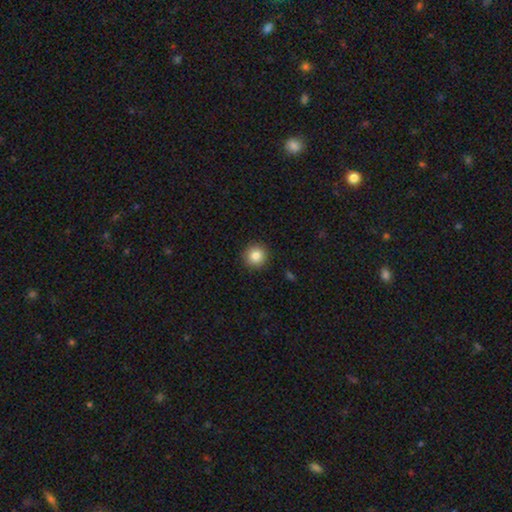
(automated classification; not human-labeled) Overall: smooth (85%). How rounded: round (94%). Merging: none (92%).